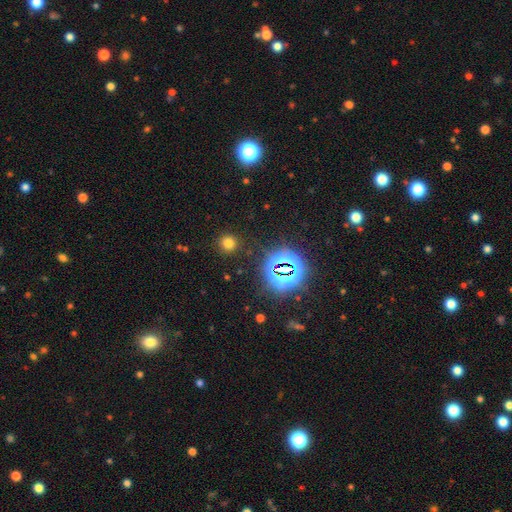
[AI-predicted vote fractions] A star or artifact, not a galaxy (80%).